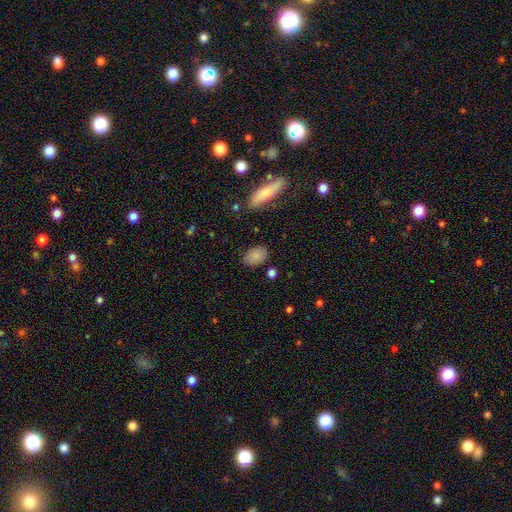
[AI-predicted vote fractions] smooth-or-featured: smooth: 85% | star or artifact: 9% | featured or disk: 6%
  how-rounded: in between: 84% | round: 14% | cigar-shaped: 2%
  merging: none: 82% | minor disturbance: 12% | major disturbance: 3% | merger: 3%